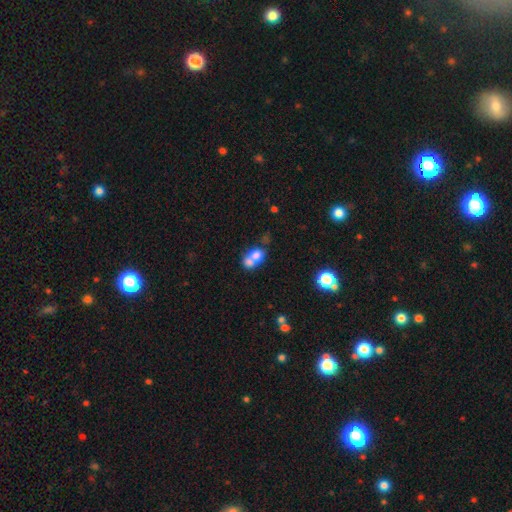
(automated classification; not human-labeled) Q: Smooth or featured?
A: smooth (71%); runner-up: featured or disk (18%)
Q: How rounded?
A: round (56%); runner-up: in between (42%)
Q: Merging?
A: merger (68%); runner-up: none (22%)